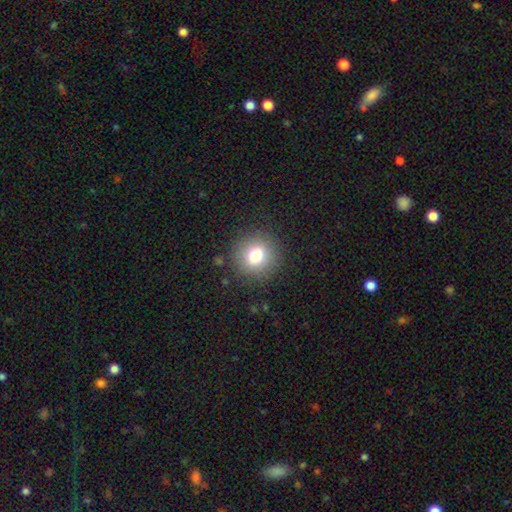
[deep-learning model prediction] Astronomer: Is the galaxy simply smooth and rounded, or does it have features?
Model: smooth — 75%.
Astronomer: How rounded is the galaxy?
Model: round — 86%.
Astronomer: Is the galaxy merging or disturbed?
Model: none — 87%.